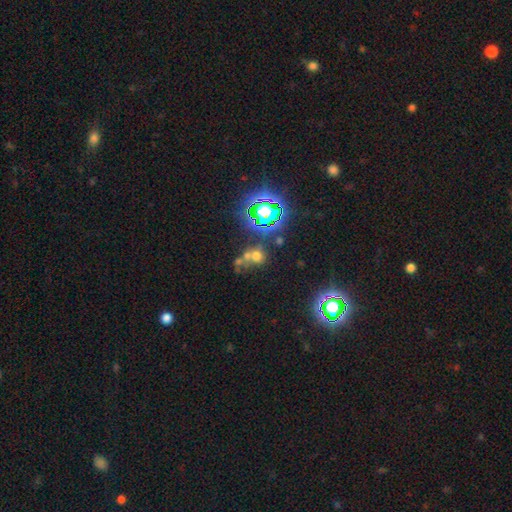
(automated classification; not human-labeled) A smooth galaxy with no disk features (48%). Merging: none (42%).